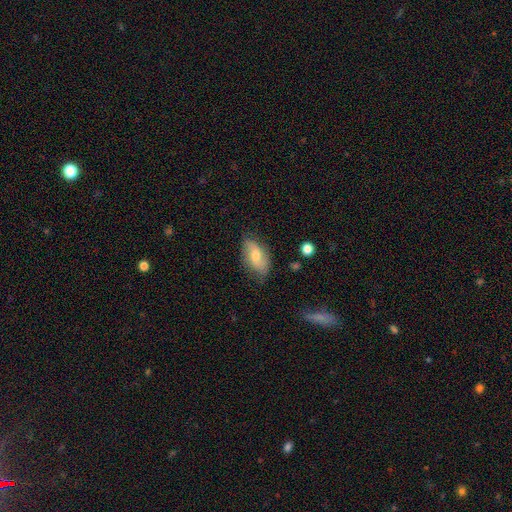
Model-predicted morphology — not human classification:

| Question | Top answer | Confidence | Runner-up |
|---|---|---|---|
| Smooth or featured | smooth | 54% | featured or disk (39%) |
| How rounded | in between | 90% | round (5%) |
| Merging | none | 71% | minor disturbance (23%) |